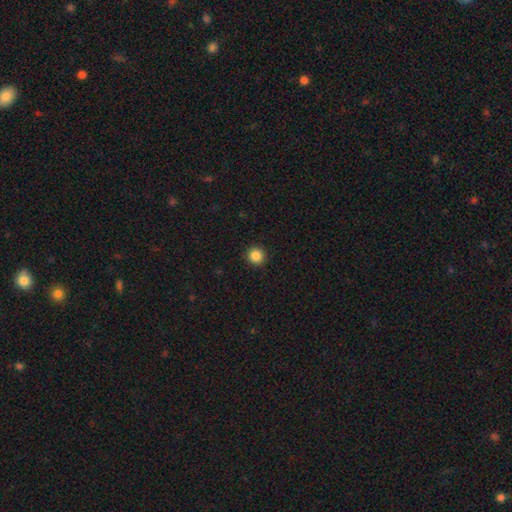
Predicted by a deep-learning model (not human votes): Overall: smooth (86%). How rounded: round (96%). Merging: none (93%).